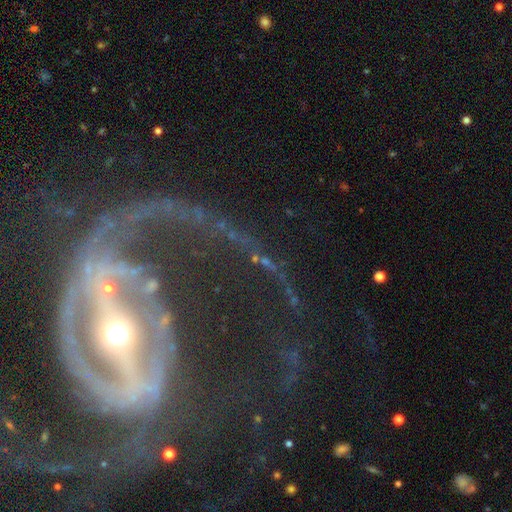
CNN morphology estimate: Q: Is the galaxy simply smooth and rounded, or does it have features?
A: featured or disk — 84%.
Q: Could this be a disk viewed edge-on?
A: no — 93%.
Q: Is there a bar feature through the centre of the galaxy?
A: strong — 56%.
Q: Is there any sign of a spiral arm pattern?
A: yes — 84%.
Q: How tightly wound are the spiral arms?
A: medium — 41%.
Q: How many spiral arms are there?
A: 2 — 67%.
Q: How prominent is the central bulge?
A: moderate — 58%.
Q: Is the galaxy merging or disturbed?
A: none — 44%.